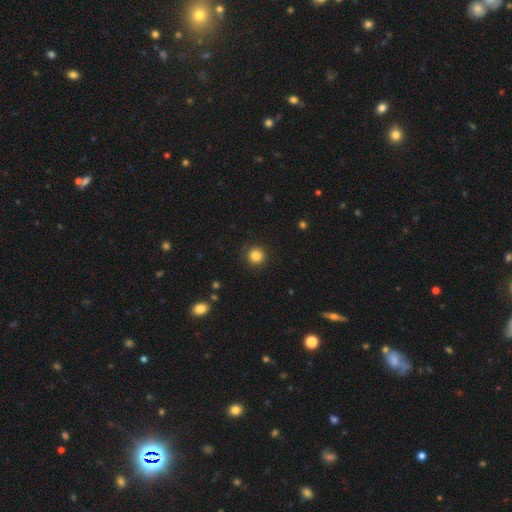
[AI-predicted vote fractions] Morphology: type=smooth (84%); roundness=round (95%); merging=none (91%).